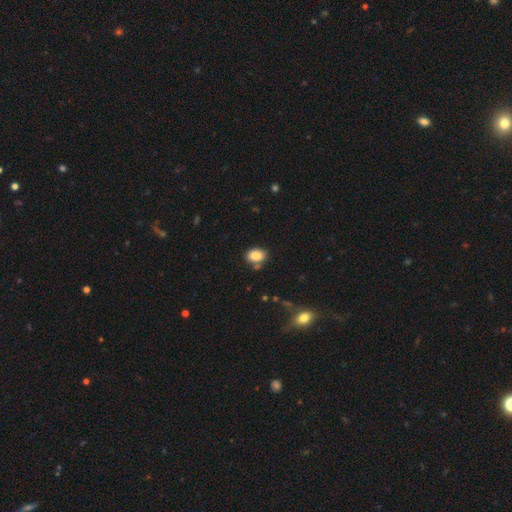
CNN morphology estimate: Q: Smooth or featured?
A: smooth (86%); runner-up: star or artifact (9%)
Q: How rounded?
A: in between (76%); runner-up: round (23%)
Q: Merging?
A: none (74%); runner-up: minor disturbance (13%)